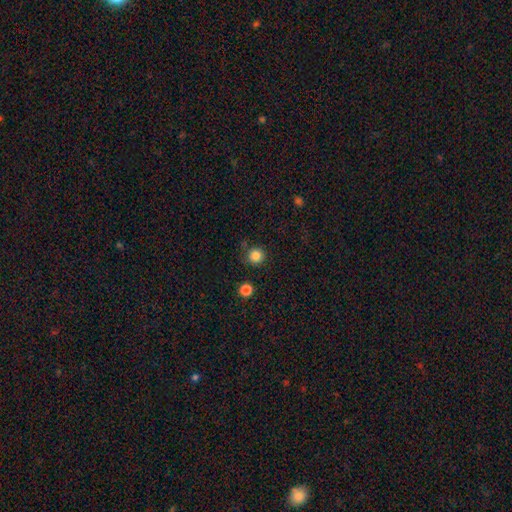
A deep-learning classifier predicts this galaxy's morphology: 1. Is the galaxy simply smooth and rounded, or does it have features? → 85% smooth, 12% star or artifact, 4% featured or disk.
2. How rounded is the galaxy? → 95% round, 4% in between, 1% cigar-shaped.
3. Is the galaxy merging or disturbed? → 84% none, 9% minor disturbance, 3% merger, 3% major disturbance.